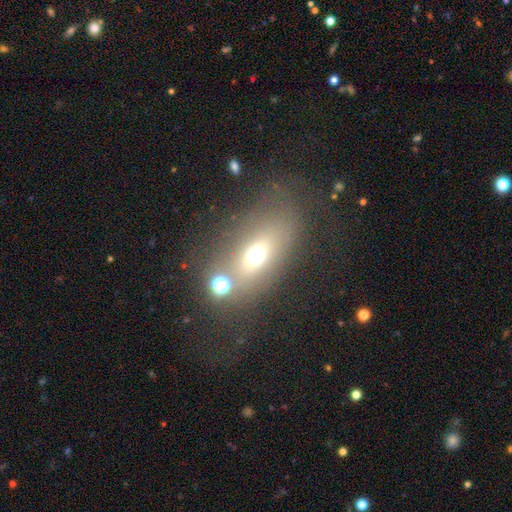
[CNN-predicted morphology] This appears to be a smooth galaxy with no disk features (59%) that is in between round and cigar-shaped (72%). Merging: none (60%).